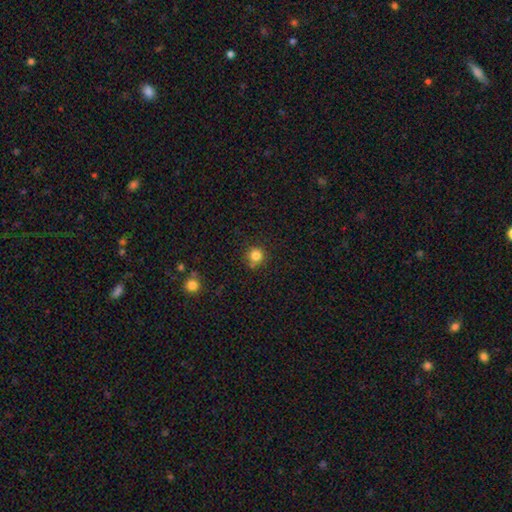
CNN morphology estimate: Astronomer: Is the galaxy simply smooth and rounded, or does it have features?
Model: smooth — 82%.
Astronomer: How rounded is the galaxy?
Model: round — 93%.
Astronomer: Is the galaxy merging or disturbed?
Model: none — 77%.